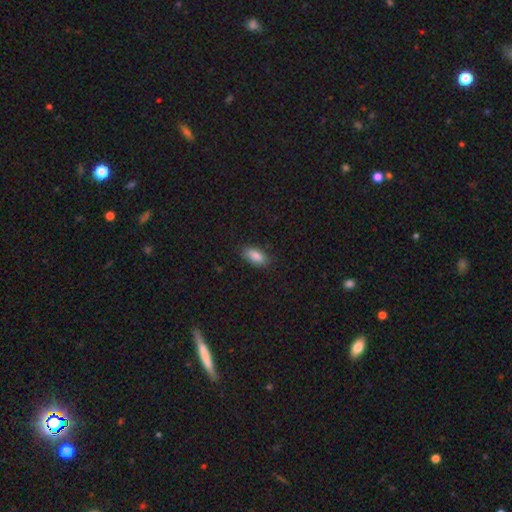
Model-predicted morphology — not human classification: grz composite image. It shows a smooth galaxy with no disk features (86%) that is in between round and cigar-shaped (90%). Merging: none (84%).